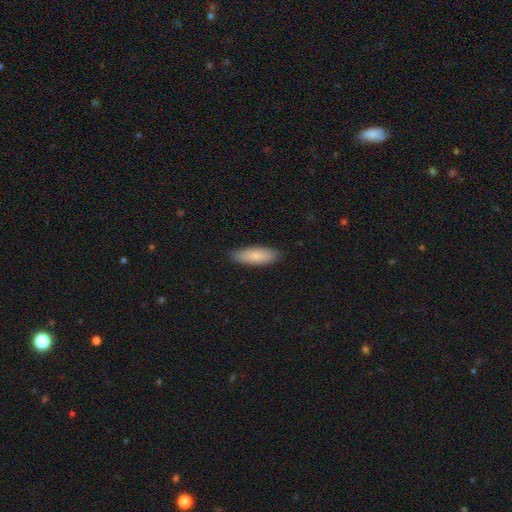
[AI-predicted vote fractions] smooth_or_featured: smooth (p=0.82) [alt: featured or disk p=0.13]
how_rounded: in between (p=0.60) [alt: cigar-shaped p=0.38]
merging: none (p=0.88) [alt: minor disturbance p=0.09]